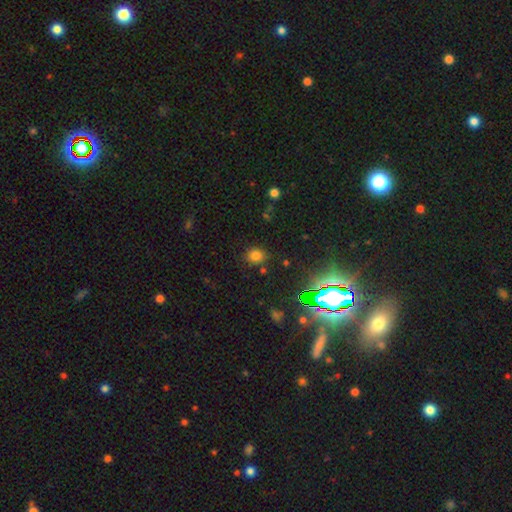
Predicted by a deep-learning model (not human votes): Q: Smooth or featured?
A: smooth (72%); runner-up: star or artifact (21%)
Q: How rounded?
A: round (73%); runner-up: in between (26%)
Q: Merging?
A: none (81%); runner-up: minor disturbance (12%)